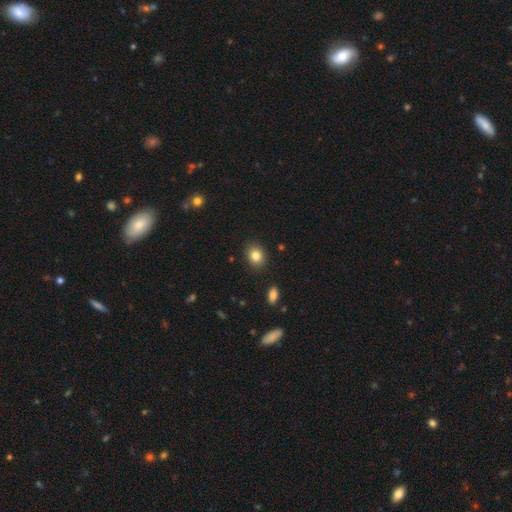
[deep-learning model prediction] Smooth or featured: smooth — 83% (star or artifact — 10%)
How rounded: in between — 50% (round — 49%)
Merging: none — 88% (minor disturbance — 8%)